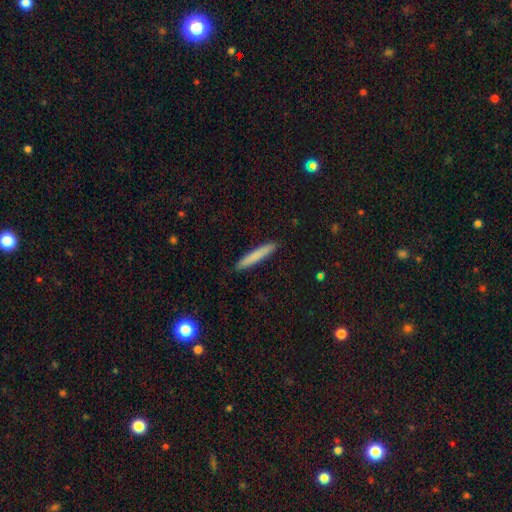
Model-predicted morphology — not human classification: This is likely a smooth galaxy (79%). How rounded: clearly cigar-shaped (95%). Merging: clearly none (91%).